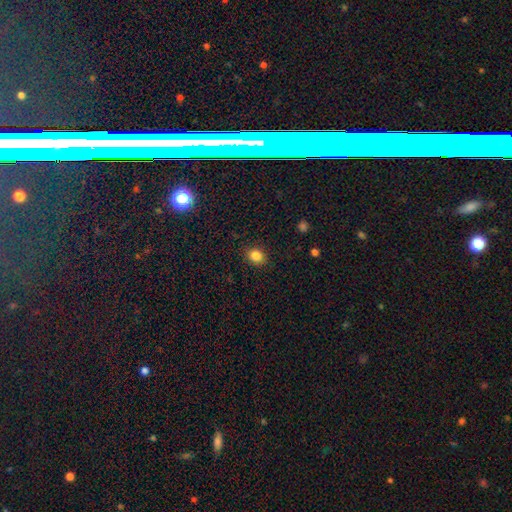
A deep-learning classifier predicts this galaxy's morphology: The model was most divided on "how rounded": round: 63%, in between: 36%, cigar-shaped: 1%. More confident: merging — none (89%); smooth or featured — smooth (84%).